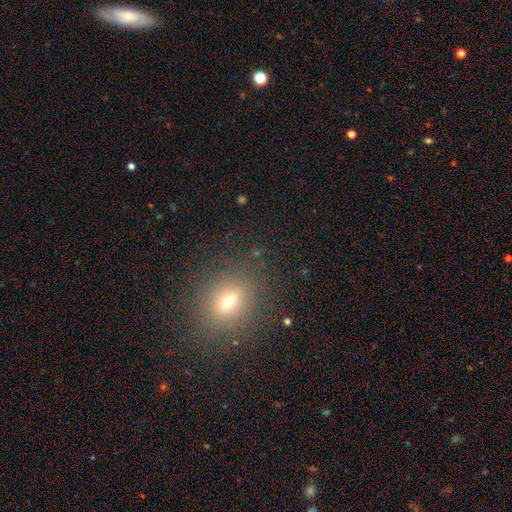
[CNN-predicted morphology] Overall: smooth (59%; star or artifact 30%). How rounded: round (61%; in between 37%). Merging: none (87%).